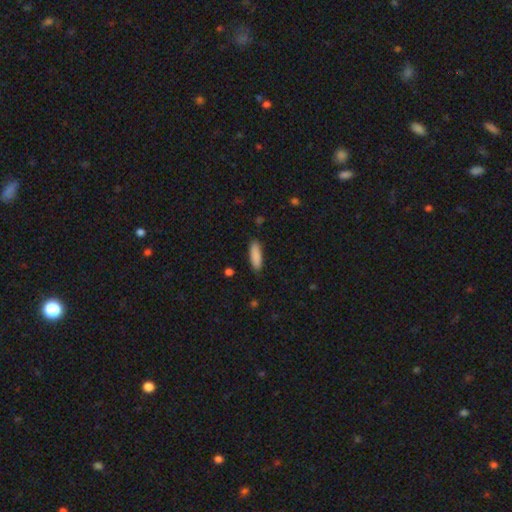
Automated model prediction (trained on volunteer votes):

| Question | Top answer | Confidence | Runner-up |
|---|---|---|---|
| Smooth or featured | smooth | 88% | star or artifact (6%) |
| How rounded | cigar-shaped | 55% | in between (43%) |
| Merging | none | 87% | minor disturbance (10%) |